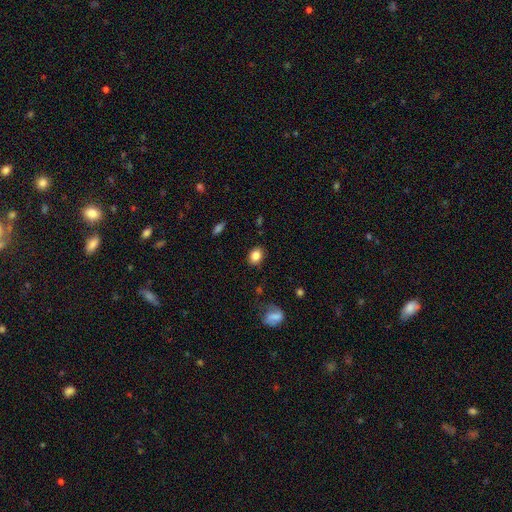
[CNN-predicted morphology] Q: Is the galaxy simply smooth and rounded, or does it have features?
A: smooth — 84%.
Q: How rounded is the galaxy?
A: in between — 57%.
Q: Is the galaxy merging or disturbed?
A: none — 85%.